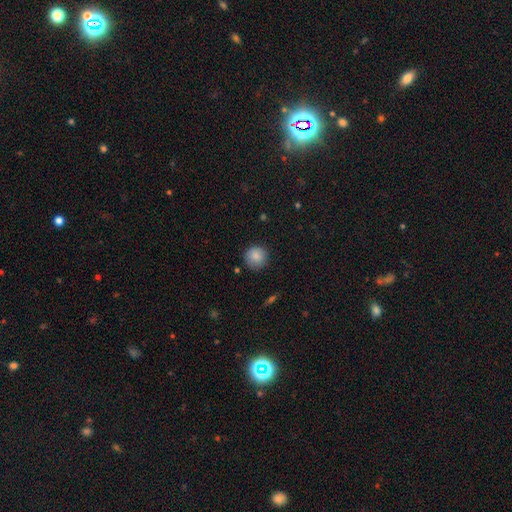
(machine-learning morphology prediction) smooth 87%, star or artifact 8%, featured or disk 5%. Down the decision tree: how rounded — round (94%); merging — none (87%).